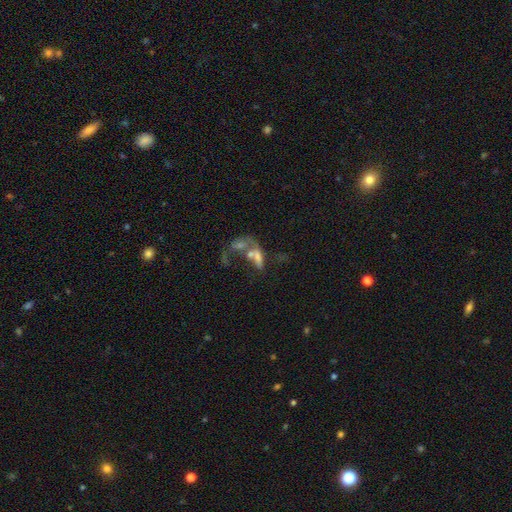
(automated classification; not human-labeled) smooth-or-featured: smooth: 44% | featured or disk: 41% | star or artifact: 14%
  merging: merger: 61% | major disturbance: 18% | none: 14% | minor disturbance: 7%